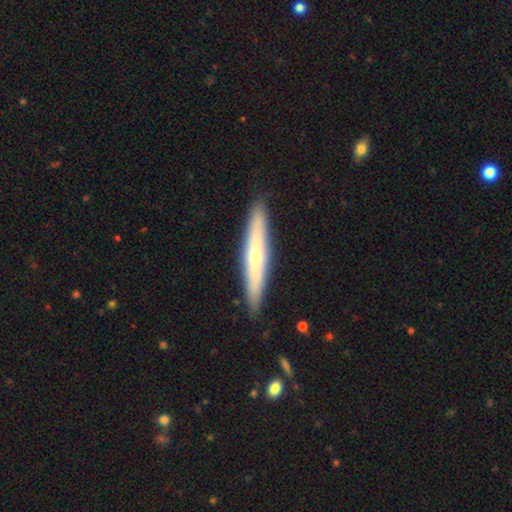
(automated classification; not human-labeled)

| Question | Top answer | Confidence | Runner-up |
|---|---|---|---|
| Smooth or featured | smooth | 52% | featured or disk (42%) |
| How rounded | cigar-shaped | 93% | in between (6%) |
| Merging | none | 90% | minor disturbance (8%) |